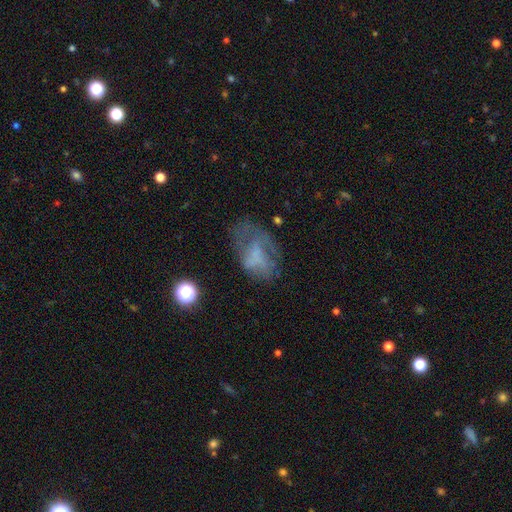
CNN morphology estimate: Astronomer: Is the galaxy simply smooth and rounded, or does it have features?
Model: featured or disk — 43% (runner-up: smooth, 41%).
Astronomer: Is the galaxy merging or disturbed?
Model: none — 46% (runner-up: major disturbance, 27%).